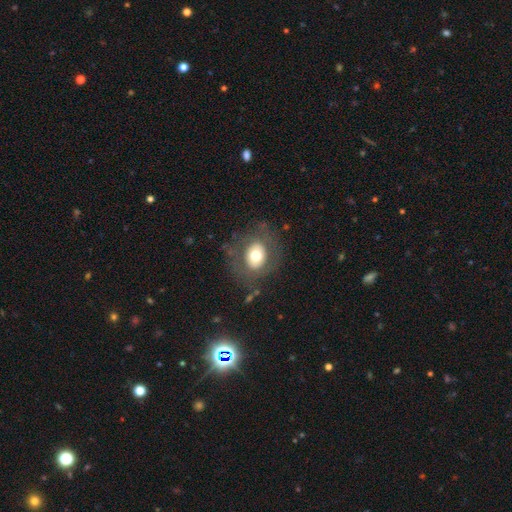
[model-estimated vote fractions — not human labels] This is possibly a smooth galaxy (59%). How rounded: possibly round (57%). Merging: likely none (73%).